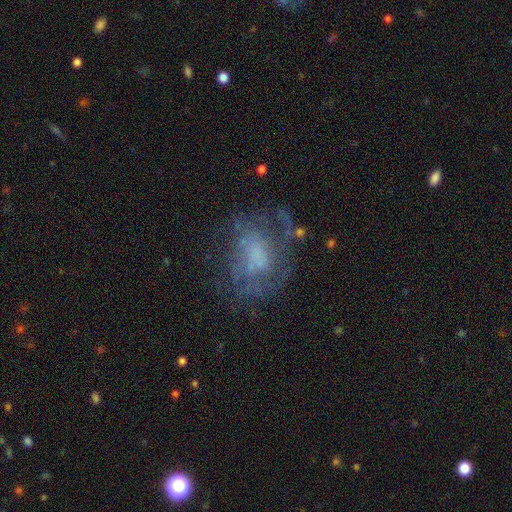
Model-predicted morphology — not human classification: Smooth or featured? Predicted: featured or disk (p=0.55). Edge-on disk? Predicted: no (p=0.97). Bar? Predicted: no (p=0.73). Spiral arms? Predicted: no (p=0.53). Bulge size? Predicted: none (p=0.43). Merging? Predicted: none (p=0.54).